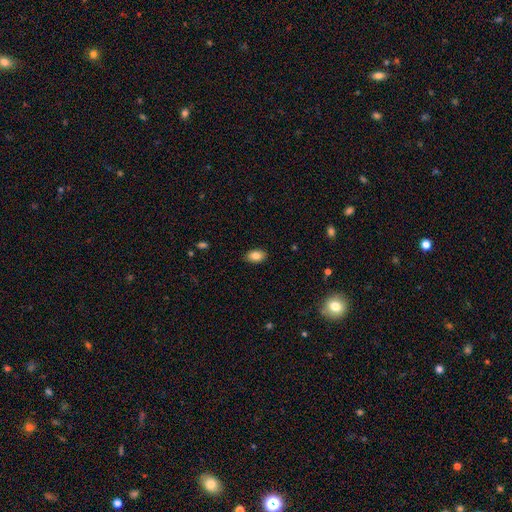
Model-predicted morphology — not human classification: type=smooth (84%); roundness=in between (88%); merging=none (88%).